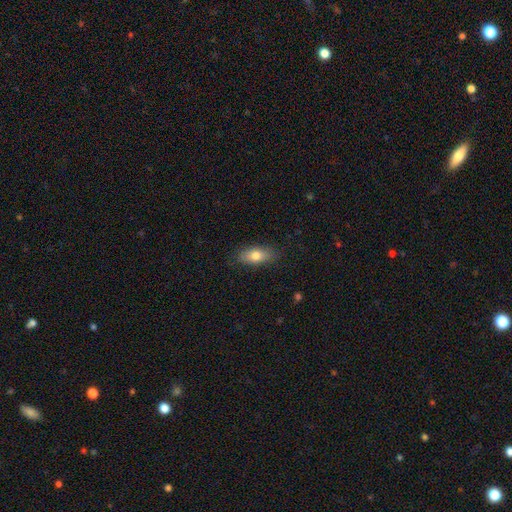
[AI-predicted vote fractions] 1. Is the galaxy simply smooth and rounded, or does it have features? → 76% smooth, 17% featured or disk, 7% star or artifact.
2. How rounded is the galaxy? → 82% in between, 13% cigar-shaped, 5% round.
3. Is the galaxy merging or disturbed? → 83% none, 13% minor disturbance, 3% major disturbance, 1% merger.